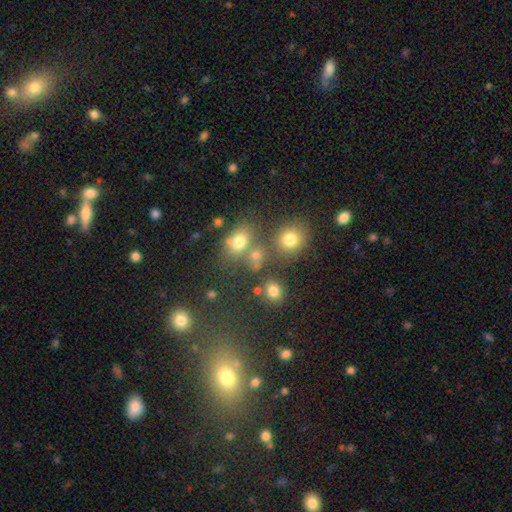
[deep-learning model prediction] A smooth galaxy with no disk features (69%) that is round (50%).

Vote fractions:
- Smooth or featured? smooth: 69% / star or artifact: 20% / featured or disk: 11%
- How rounded? round: 50% / in between: 48% / cigar-shaped: 2%
- Merging? none: 55% / merger: 26% / minor disturbance: 12% / major disturbance: 7%